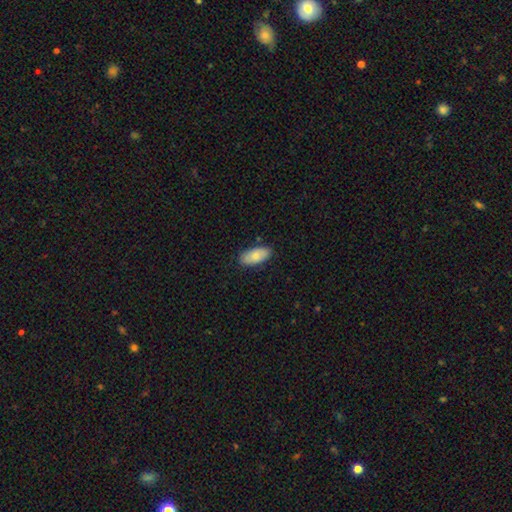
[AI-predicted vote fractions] Q: Smooth or featured?
A: smooth (78%); runner-up: featured or disk (16%)
Q: How rounded?
A: in between (92%); runner-up: cigar-shaped (5%)
Q: Merging?
A: none (84%); runner-up: minor disturbance (12%)